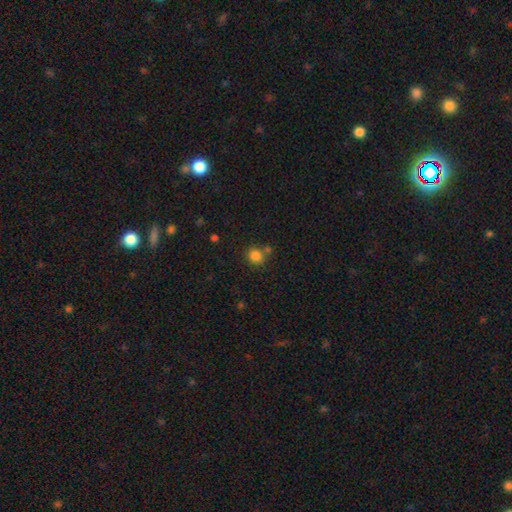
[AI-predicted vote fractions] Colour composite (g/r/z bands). It shows a smooth galaxy with no disk features (83%) that is round (85%). Merging: none (67%).